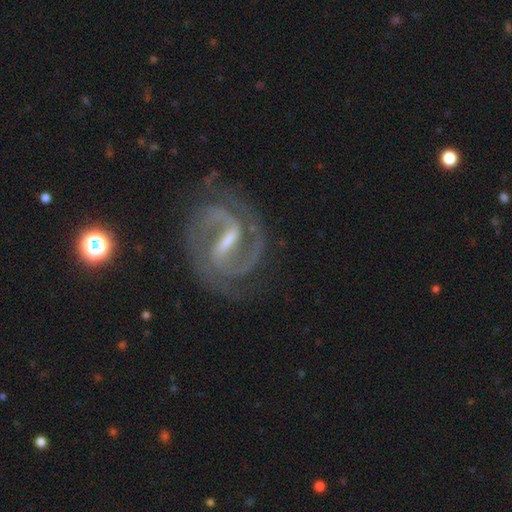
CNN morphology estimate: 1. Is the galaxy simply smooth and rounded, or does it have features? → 90% featured or disk, 7% star or artifact, 4% smooth.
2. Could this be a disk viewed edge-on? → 97% no, 3% yes.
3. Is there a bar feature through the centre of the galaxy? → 60% strong, 32% weak, 7% no.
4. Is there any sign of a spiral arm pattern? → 98% yes, 2% no.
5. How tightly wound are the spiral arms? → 48% medium, 42% tight, 10% loose.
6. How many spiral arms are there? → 83% 2, 5% 3, 4% can't tell, 2% 4, 2% 1, 2% more than 4.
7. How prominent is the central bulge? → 58% small, 30% moderate, 9% none, 3% large, 1% dominant.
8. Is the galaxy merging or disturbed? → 80% none, 12% minor disturbance, 5% major disturbance, 2% merger.